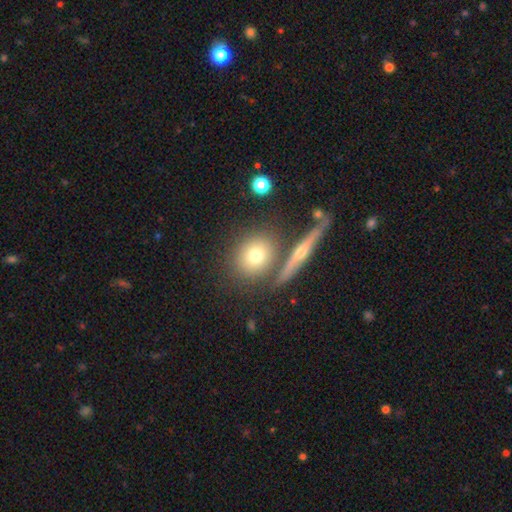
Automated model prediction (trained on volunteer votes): A smooth galaxy with no disk features (71%) that is round (76%).

Vote fractions:
- Smooth or featured? smooth: 71% / featured or disk: 19% / star or artifact: 10%
- How rounded? round: 76% / in between: 20% / cigar-shaped: 4%
- Merging? none: 73% / merger: 13% / minor disturbance: 10% / major disturbance: 3%